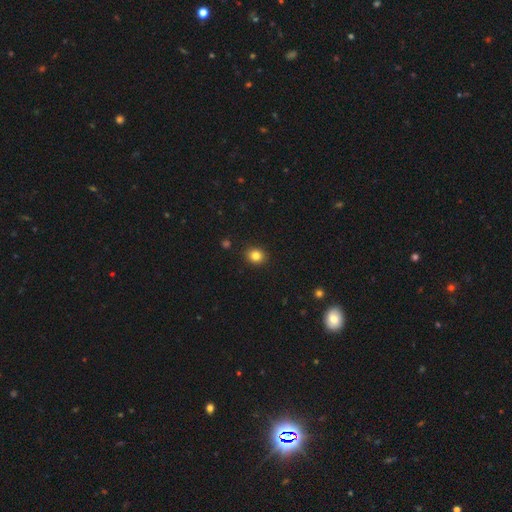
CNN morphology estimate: type=smooth (83%); roundness=round (71%); merging=none (91%).